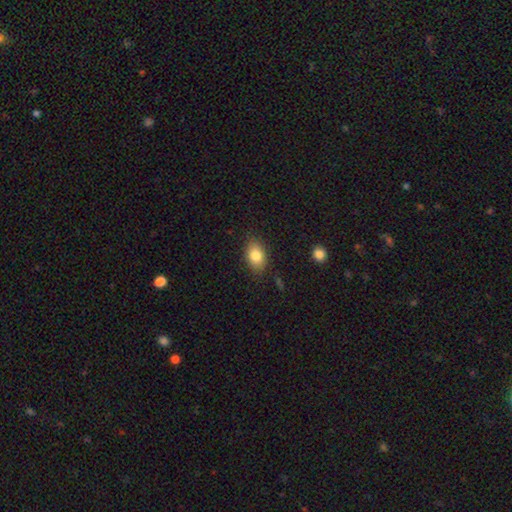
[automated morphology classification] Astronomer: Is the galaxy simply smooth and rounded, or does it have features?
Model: smooth — 83%.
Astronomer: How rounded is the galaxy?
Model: in between — 81%.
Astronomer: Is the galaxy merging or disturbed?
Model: none — 83%.